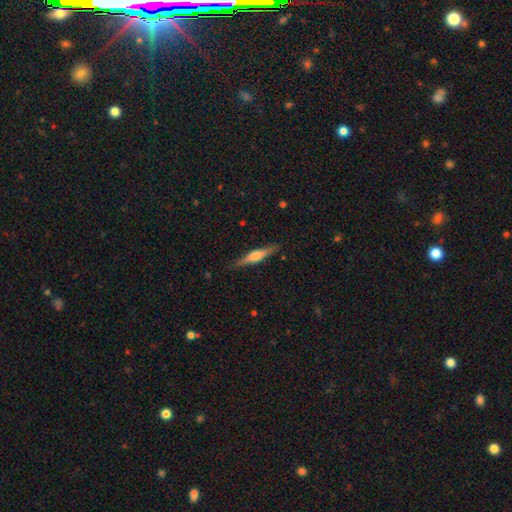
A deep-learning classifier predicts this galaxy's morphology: This is likely a featured or disk galaxy (63%). It is clearly viewed edge-on (97%). Edge-on bulge: clearly rounded (83%). Merging: clearly none (88%).